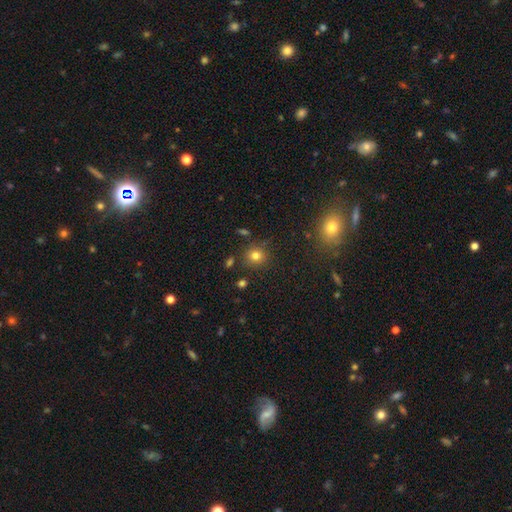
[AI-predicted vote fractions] A smooth galaxy with no disk features (77%) that is round (87%).

Vote fractions:
- Smooth or featured? smooth: 77% / star or artifact: 15% / featured or disk: 8%
- How rounded? round: 87% / in between: 12% / cigar-shaped: 1%
- Merging? none: 83% / minor disturbance: 10% / merger: 4% / major disturbance: 3%